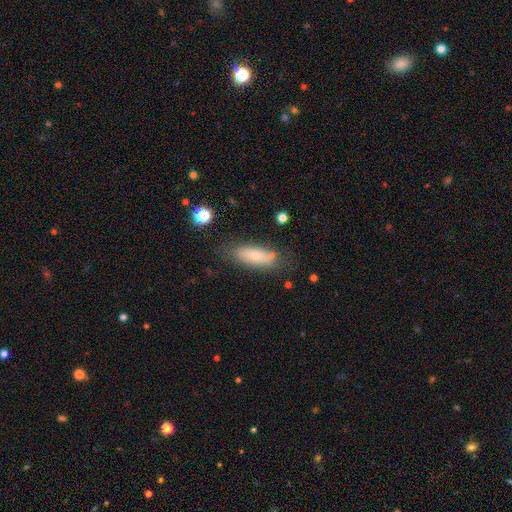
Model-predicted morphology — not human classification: smooth-or-featured: smooth: 73% | featured or disk: 19% | star or artifact: 8%
  how-rounded: in between: 64% | cigar-shaped: 33% | round: 2%
  merging: none: 70% | minor disturbance: 20% | major disturbance: 6% | merger: 4%